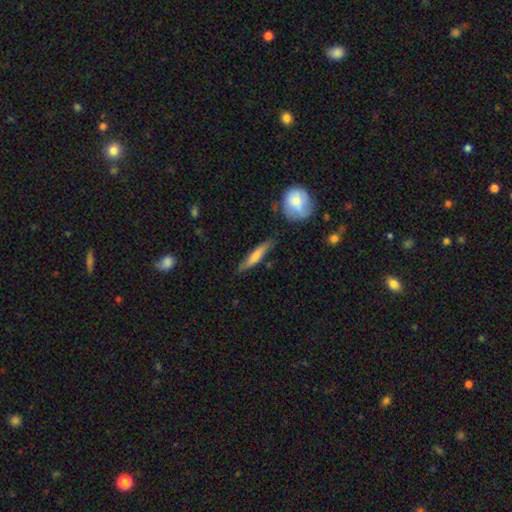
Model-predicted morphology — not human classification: The model was most divided on "smooth or featured": smooth: 66%, featured or disk: 28%, star or artifact: 6%. More confident: how rounded — cigar-shaped (87%); merging — none (80%).